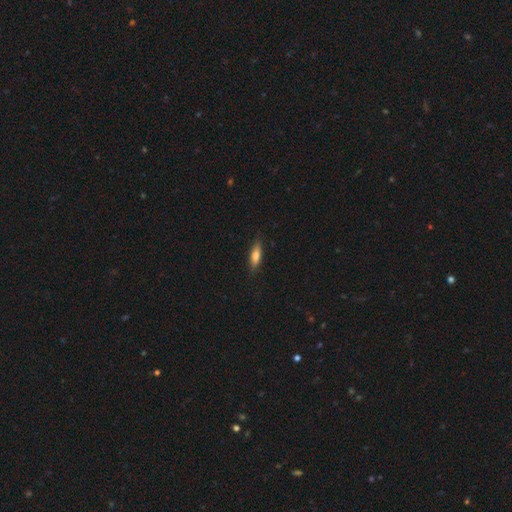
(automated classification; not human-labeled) Smooth or featured? smooth (73%)
How rounded? cigar-shaped (49%, tied with in between)
Merging? none (83%)